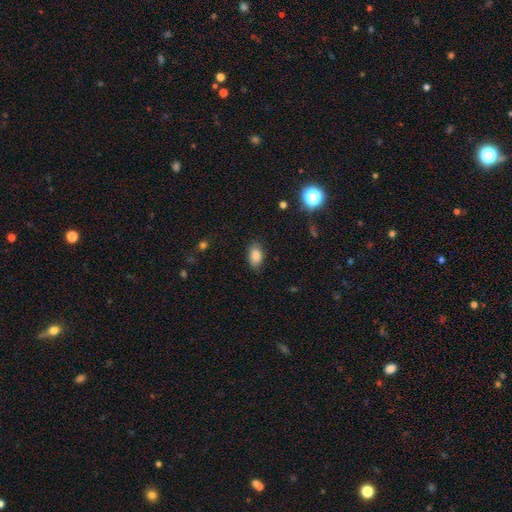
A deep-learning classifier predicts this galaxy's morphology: Smooth or featured? smooth (85%)
How rounded? in between (89%)
Merging? none (80%)